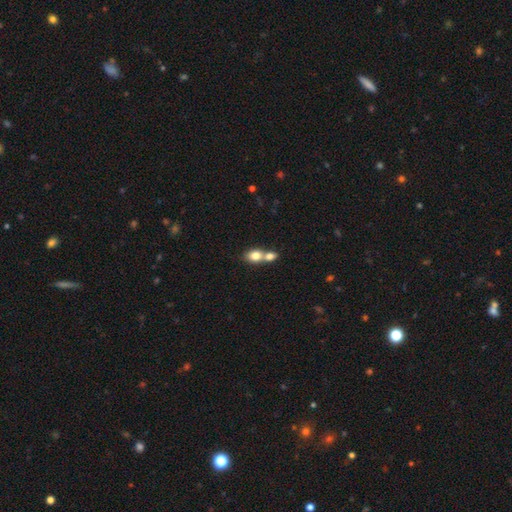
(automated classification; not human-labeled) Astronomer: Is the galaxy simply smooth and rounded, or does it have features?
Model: smooth — 78%.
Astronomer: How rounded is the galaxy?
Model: in between — 59% (runner-up: round, 38%).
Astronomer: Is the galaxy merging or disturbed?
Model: merger — 67%.